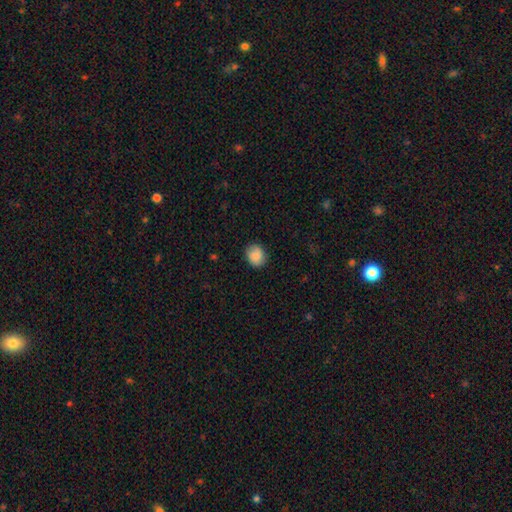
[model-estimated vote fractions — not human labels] Q: Smooth or featured?
A: smooth (87%); runner-up: star or artifact (8%)
Q: How rounded?
A: round (63%); runner-up: in between (36%)
Q: Merging?
A: none (86%); runner-up: minor disturbance (11%)